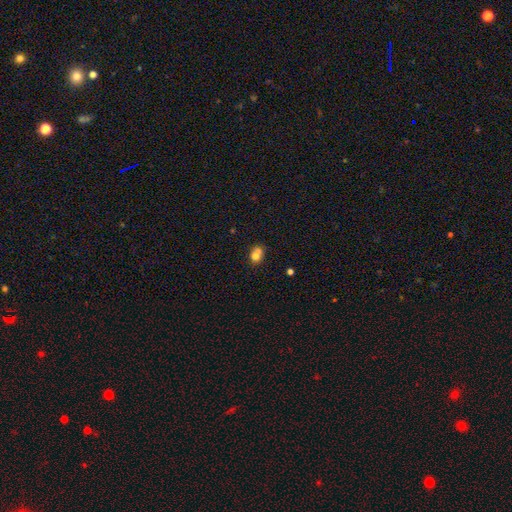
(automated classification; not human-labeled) smooth 71%, featured or disk 17%, star or artifact 12%. Down the decision tree: how rounded — round (61%); merging — merger (44%).